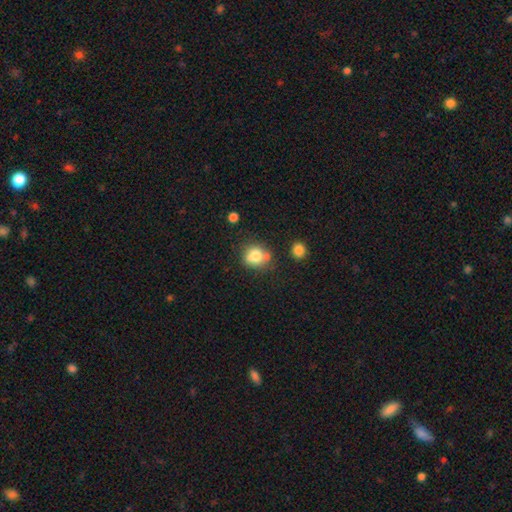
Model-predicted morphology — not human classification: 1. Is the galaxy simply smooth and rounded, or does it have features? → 76% smooth, 14% featured or disk, 11% star or artifact.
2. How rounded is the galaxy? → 71% round, 28% in between, 1% cigar-shaped.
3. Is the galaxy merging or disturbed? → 56% none, 20% minor disturbance, 18% merger, 6% major disturbance.